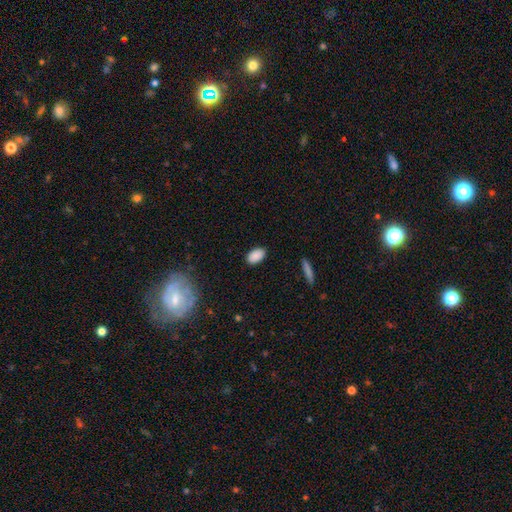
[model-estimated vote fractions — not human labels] Smooth or featured?
  - smooth: 89% *
  - star or artifact: 8%
  - featured or disk: 4%
How rounded?
  - in between: 92% *
  - round: 6%
  - cigar-shaped: 2%
Merging?
  - none: 87% *
  - minor disturbance: 10%
  - major disturbance: 2%
  - merger: 1%